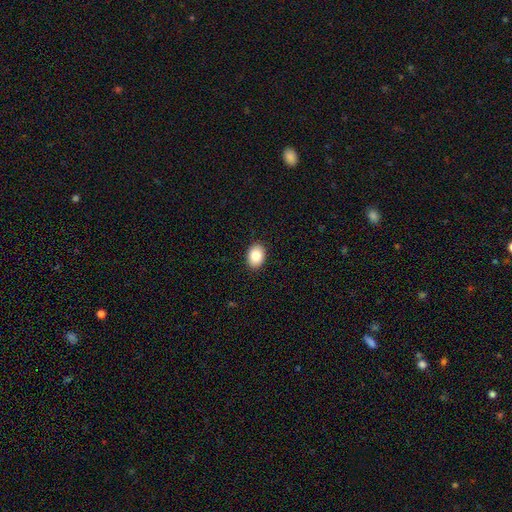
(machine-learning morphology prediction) A smooth galaxy with no disk features (84%) that is in between round and cigar-shaped (75%). Merging: none (90%).